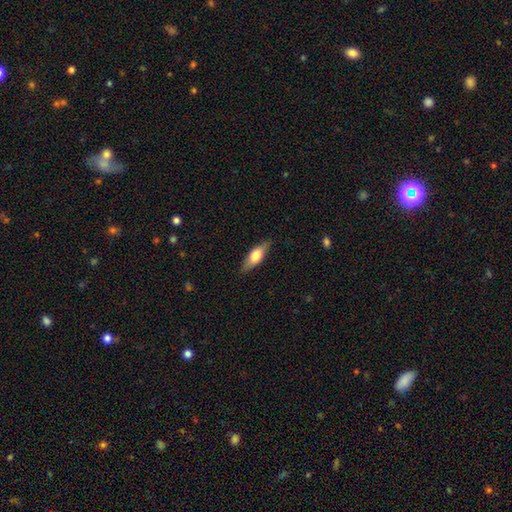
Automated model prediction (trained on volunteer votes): A smooth galaxy with no disk features (59%) that is in between round and cigar-shaped (61%). Merging: none (84%).